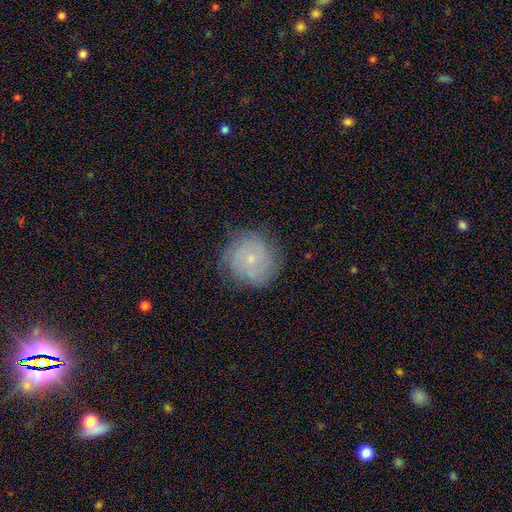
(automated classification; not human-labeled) The model was most divided on "smooth or featured": featured or disk: 49%, smooth: 33%, star or artifact: 18%. More confident: merging — none (82%).